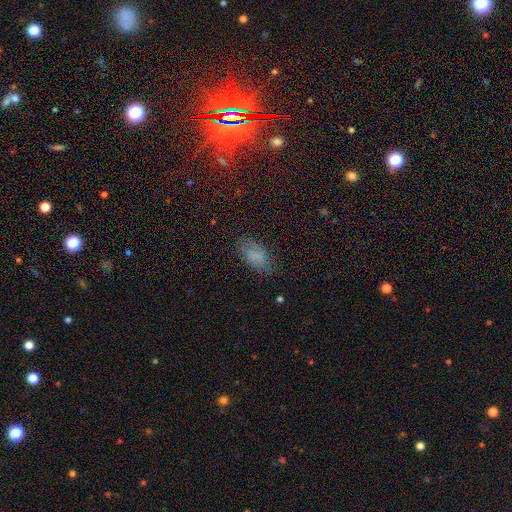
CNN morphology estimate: Smooth or featured: smooth — 66% (featured or disk — 21%)
How rounded: in between — 92% (round — 5%)
Merging: none — 70% (minor disturbance — 20%)